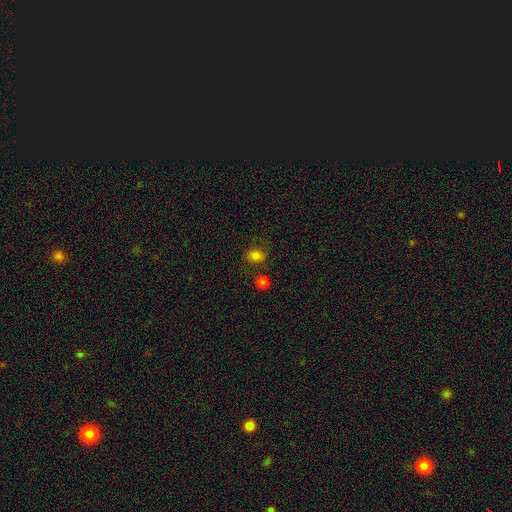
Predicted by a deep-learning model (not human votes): Smooth or featured: smooth — 79% (star or artifact — 14%)
How rounded: in between — 53% (round — 46%)
Merging: none — 70% (minor disturbance — 15%)